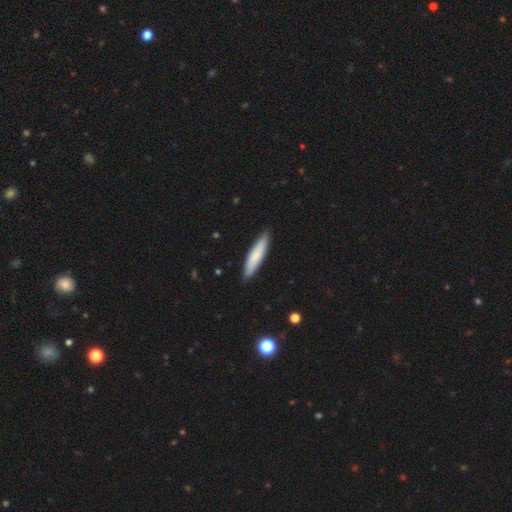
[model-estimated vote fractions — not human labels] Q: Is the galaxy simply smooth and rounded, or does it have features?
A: smooth — 76%.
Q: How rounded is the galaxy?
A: cigar-shaped — 83%.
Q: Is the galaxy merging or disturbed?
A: none — 88%.